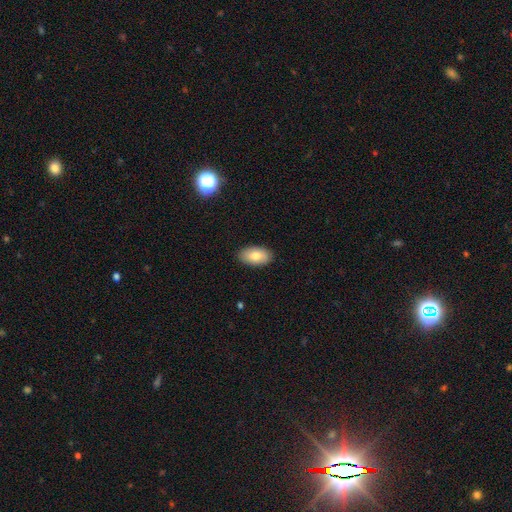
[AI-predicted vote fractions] Smooth or featured? smooth (81%)
How rounded? in between (94%)
Merging? none (88%)